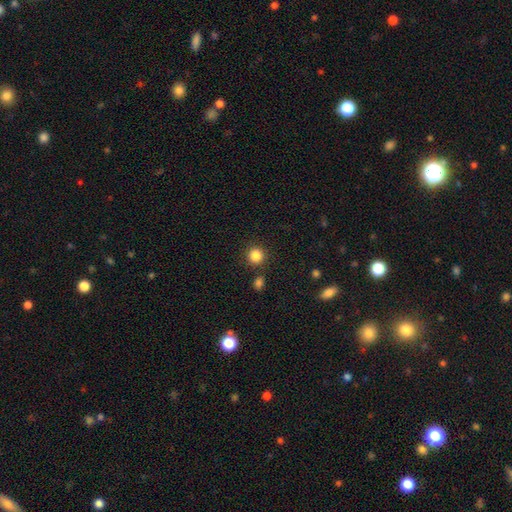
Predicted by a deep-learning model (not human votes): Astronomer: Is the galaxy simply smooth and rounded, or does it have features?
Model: smooth — 85%.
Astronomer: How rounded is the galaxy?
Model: round — 93%.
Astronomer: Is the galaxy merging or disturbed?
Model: none — 84%.